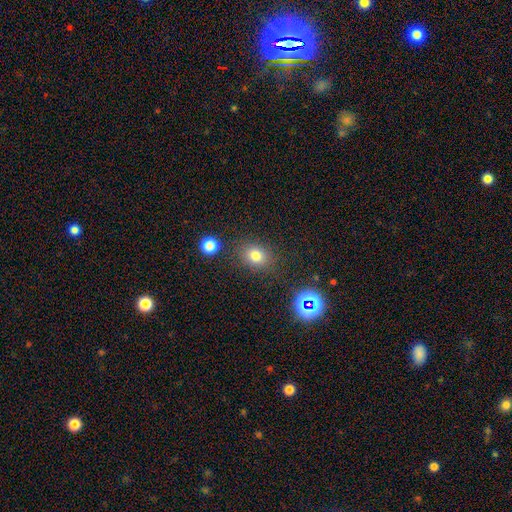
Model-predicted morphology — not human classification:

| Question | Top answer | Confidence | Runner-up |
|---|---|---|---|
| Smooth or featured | smooth | 75% | star or artifact (17%) |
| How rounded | round | 56% | in between (43%) |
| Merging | none | 81% | minor disturbance (11%) |